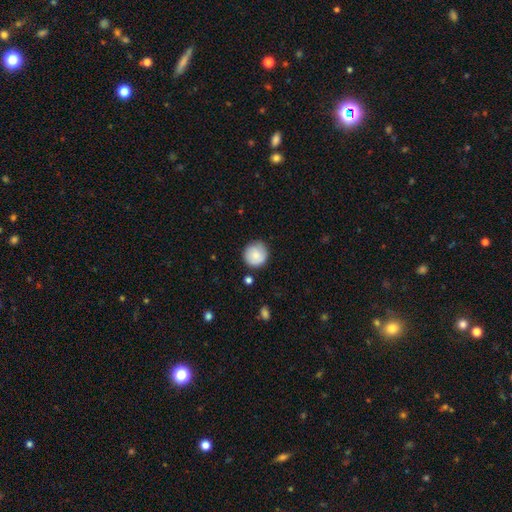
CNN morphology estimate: Smooth or featured?
  - smooth: 81% *
  - featured or disk: 12%
  - star or artifact: 7%
How rounded?
  - round: 94% *
  - in between: 5%
  - cigar-shaped: 1%
Merging?
  - none: 78% *
  - minor disturbance: 17%
  - major disturbance: 3%
  - merger: 2%